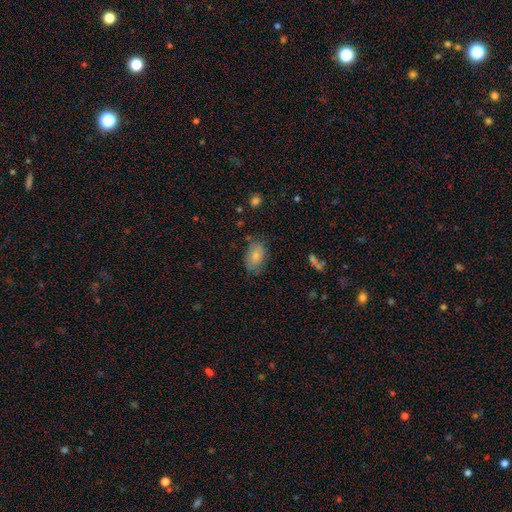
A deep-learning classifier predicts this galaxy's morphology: smooth 78%, featured or disk 14%, star or artifact 8%. Down the decision tree: how rounded — in between (88%); merging — none (65%).